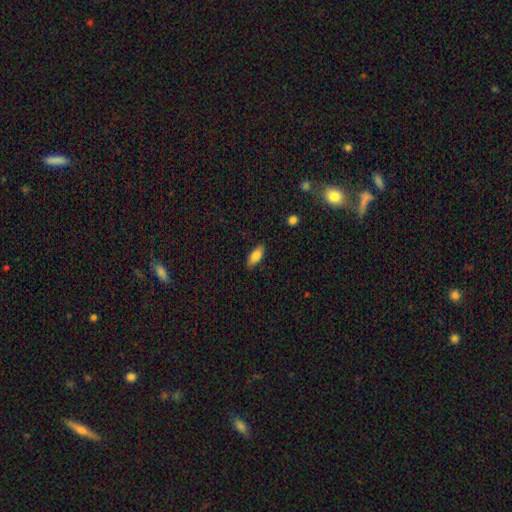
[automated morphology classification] Q: Smooth or featured?
A: smooth (84%); runner-up: featured or disk (10%)
Q: How rounded?
A: in between (82%); runner-up: cigar-shaped (16%)
Q: Merging?
A: none (86%); runner-up: minor disturbance (11%)